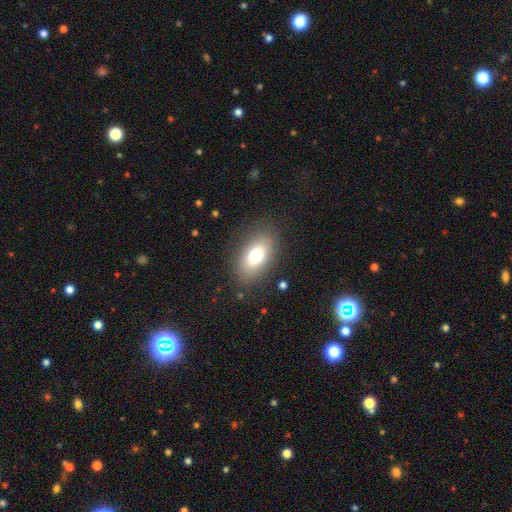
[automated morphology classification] smooth_or_featured: smooth (p=0.74) [alt: featured or disk p=0.16]
how_rounded: in between (p=0.88) [alt: round p=0.09]
merging: none (p=0.83) [alt: minor disturbance p=0.11]